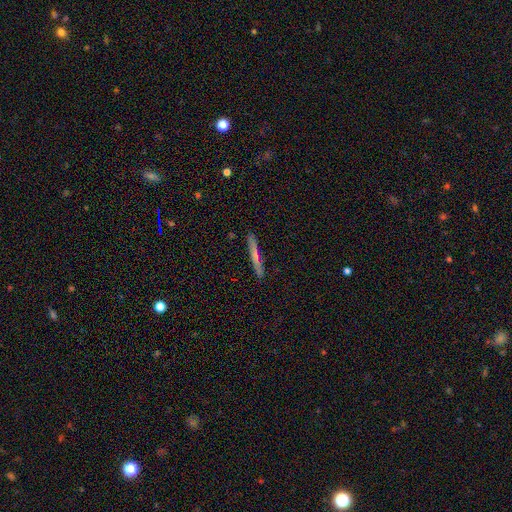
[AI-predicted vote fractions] This appears to be a smooth galaxy with no disk features (55%) that is cigar-shaped (96%). Merging: none (89%).